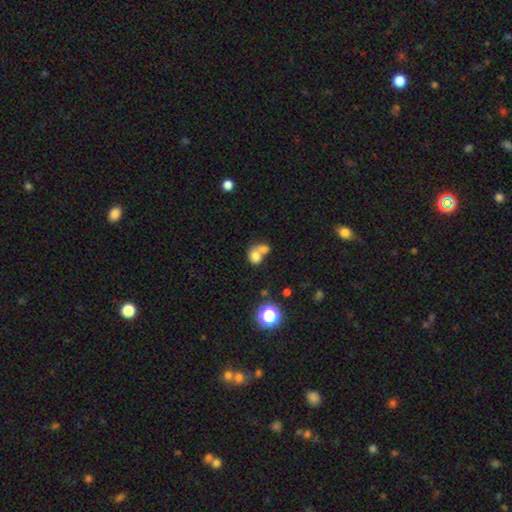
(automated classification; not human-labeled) Q: Smooth or featured?
A: smooth (74%); runner-up: featured or disk (13%)
Q: How rounded?
A: round (63%); runner-up: in between (36%)
Q: Merging?
A: merger (60%); runner-up: none (27%)